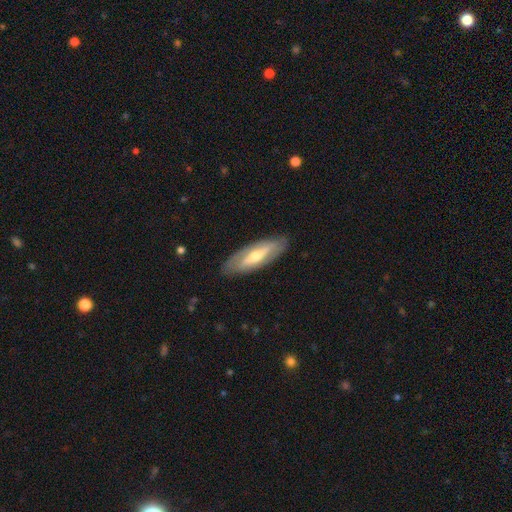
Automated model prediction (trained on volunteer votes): smooth_or_featured: featured or disk (p=0.65) [alt: smooth p=0.30]
disk_edge_on: no (p=0.69) [alt: yes p=0.31]
merging: none (p=0.85) [alt: minor disturbance p=0.11]